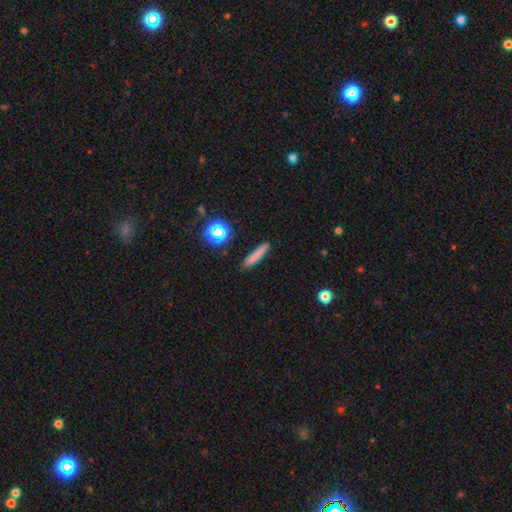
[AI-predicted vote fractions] smooth 73%, featured or disk 15%, star or artifact 13%. Down the decision tree: how rounded — cigar-shaped (90%); merging — none (86%).